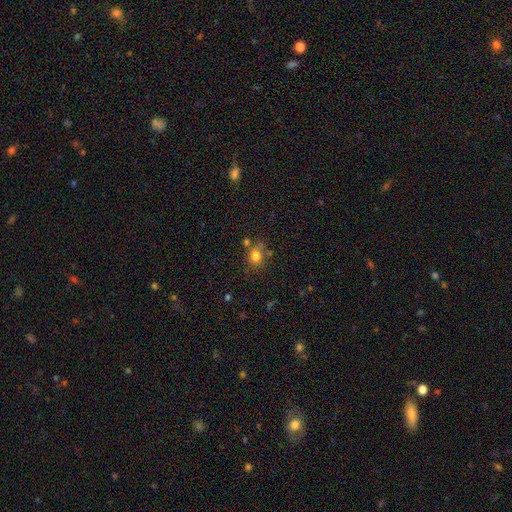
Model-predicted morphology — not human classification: The model was most divided on "how rounded": round: 58%, in between: 41%, cigar-shaped: 1%. More confident: smooth or featured — smooth (78%); merging — none (64%).